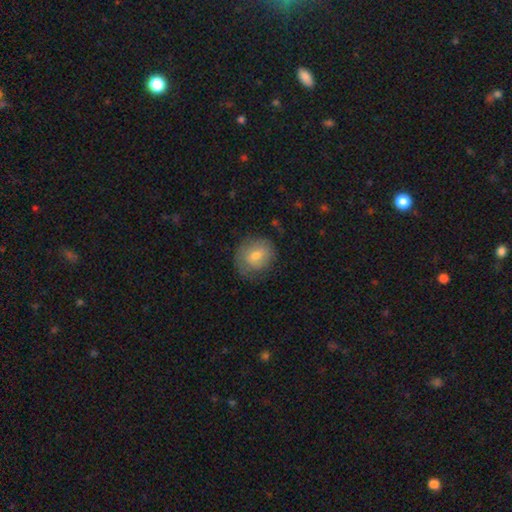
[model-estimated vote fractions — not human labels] Smooth or featured: smooth — 61% (featured or disk — 31%)
How rounded: round — 70% (in between — 29%)
Merging: none — 66% (minor disturbance — 24%)